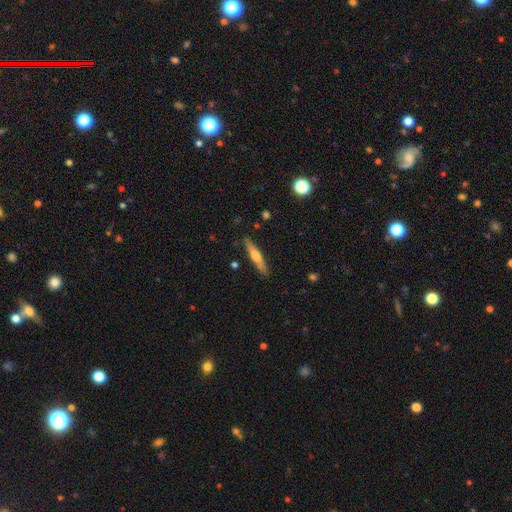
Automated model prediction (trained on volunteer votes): This is possibly a featured or disk galaxy (52%). It is clearly viewed edge-on (94%). Merging: clearly none (86%).